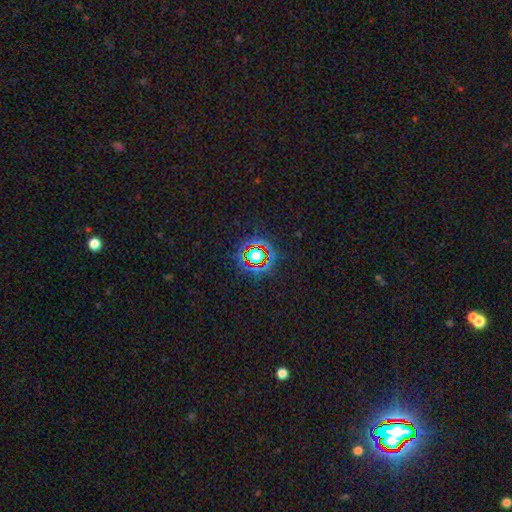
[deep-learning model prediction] Morphology: type=star or artifact (73%).